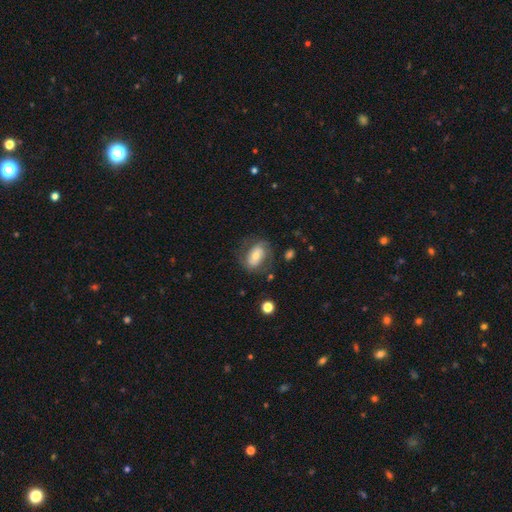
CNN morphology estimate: type=smooth (50%); merging=none (62%).